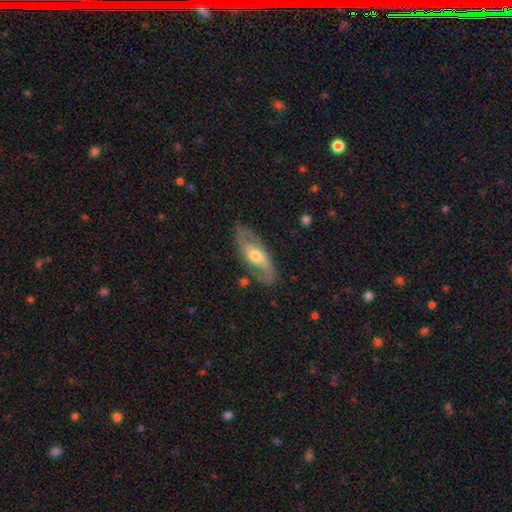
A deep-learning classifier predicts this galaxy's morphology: Smooth or featured? Predicted: featured or disk (p=0.76). Edge-on disk? Predicted: no (p=0.84). Bar? Predicted: no (p=0.52). Spiral arms? Predicted: yes (p=0.87). Spiral winding? Predicted: medium (p=0.45). Spiral arm count? Predicted: 2 (p=0.85). Bulge size? Predicted: moderate (p=0.67). Merging? Predicted: none (p=0.81).